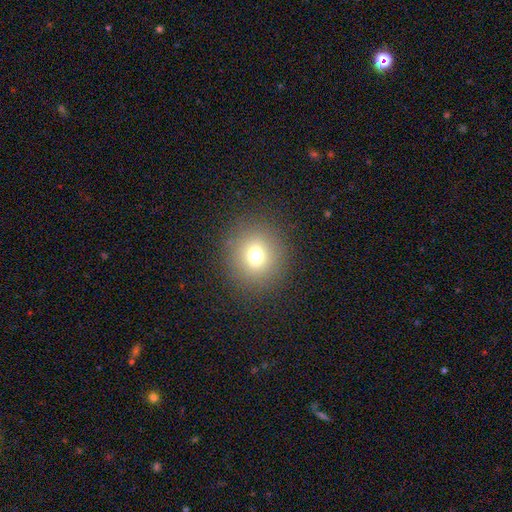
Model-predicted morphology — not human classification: Smooth or featured? Predicted: smooth (p=0.72). How rounded? Predicted: round (p=0.91). Merging? Predicted: none (p=0.89).